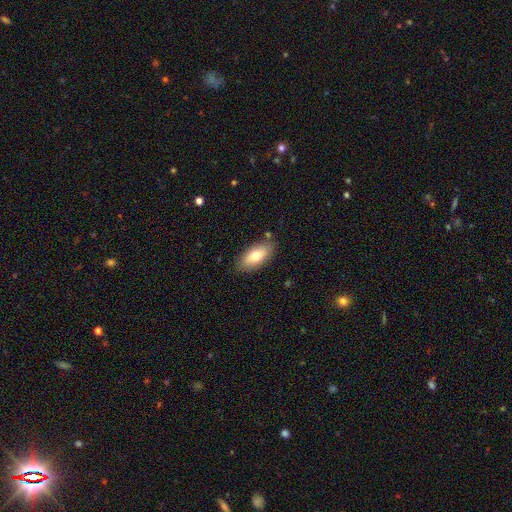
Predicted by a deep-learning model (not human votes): Smooth or featured? Predicted: smooth (p=0.73). How rounded? Predicted: in between (p=0.90). Merging? Predicted: none (p=0.83).